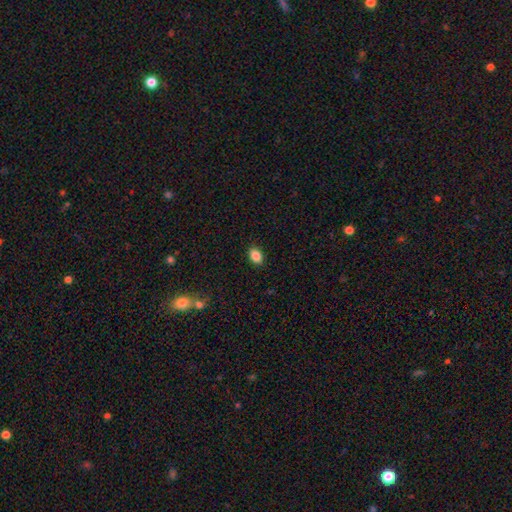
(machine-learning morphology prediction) Smooth or featured? smooth (87%)
How rounded? in between (78%)
Merging? none (89%)